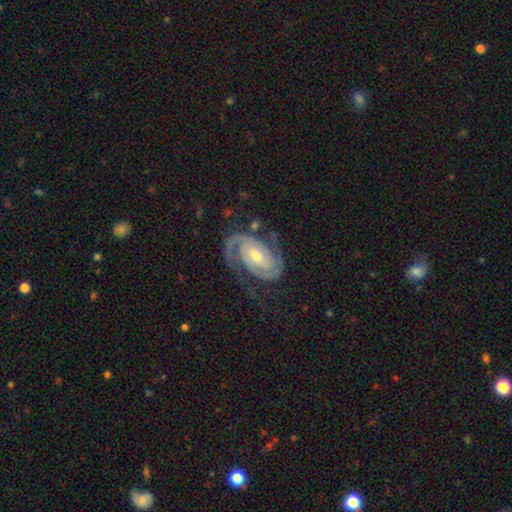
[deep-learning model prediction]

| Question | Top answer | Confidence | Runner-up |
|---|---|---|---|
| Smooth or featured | featured or disk | 91% | smooth (5%) |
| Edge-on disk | no | 97% | yes (3%) |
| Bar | no | 54% | weak (34%) |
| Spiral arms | yes | 98% | no (2%) |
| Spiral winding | tight | 57% | medium (35%) |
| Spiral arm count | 2 | 87% | 1 (4%) |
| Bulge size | moderate | 65% | small (25%) |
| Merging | none | 71% | minor disturbance (17%) |